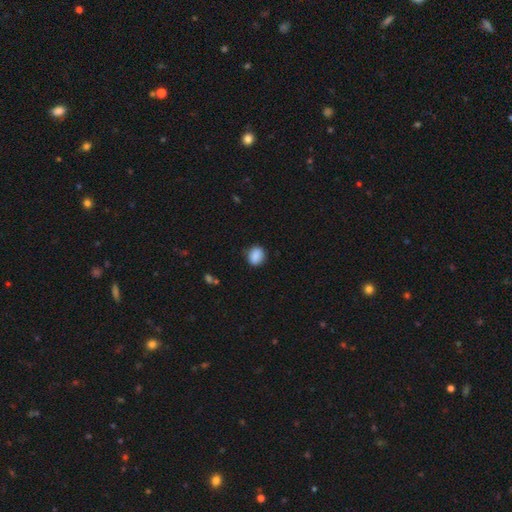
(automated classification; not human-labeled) Smooth or featured? smooth (88%)
How rounded? round (58%)
Merging? none (84%)